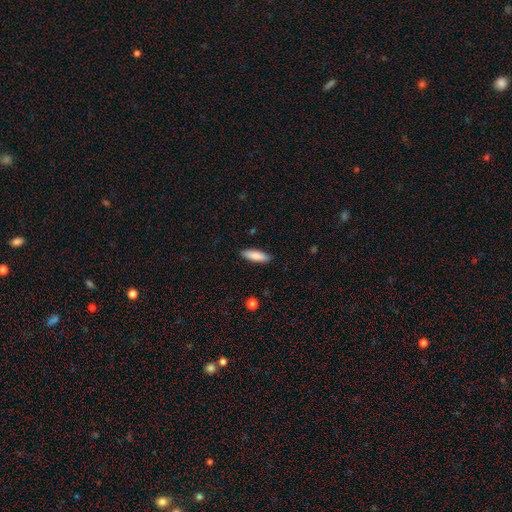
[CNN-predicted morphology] Q: Smooth or featured?
A: smooth (86%); runner-up: featured or disk (8%)
Q: How rounded?
A: in between (51%); runner-up: cigar-shaped (47%)
Q: Merging?
A: none (89%); runner-up: minor disturbance (8%)